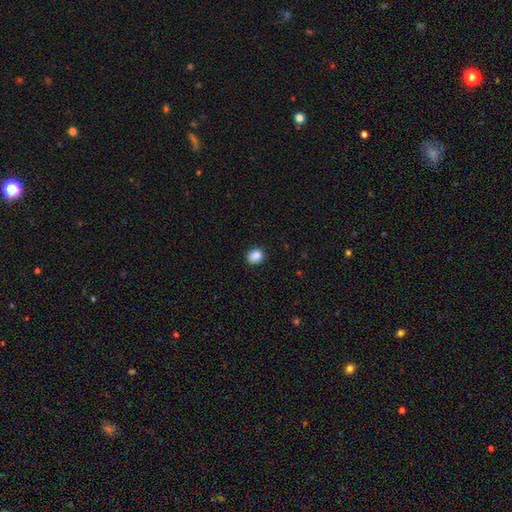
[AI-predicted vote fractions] Smooth or featured: smooth — 87% (star or artifact — 10%)
How rounded: round — 58% (in between — 41%)
Merging: none — 87% (minor disturbance — 10%)